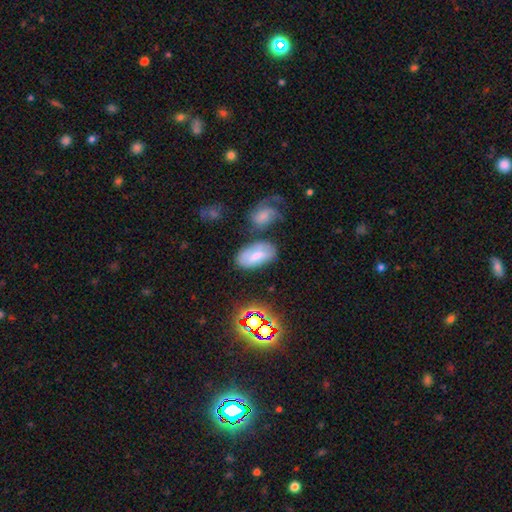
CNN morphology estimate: A smooth galaxy with no disk features (58%) that is in between round and cigar-shaped (93%).

Vote fractions:
- Smooth or featured? smooth: 58% / featured or disk: 31% / star or artifact: 12%
- How rounded? in between: 93% / round: 4% / cigar-shaped: 3%
- Merging? none: 63% / minor disturbance: 20% / merger: 10% / major disturbance: 8%